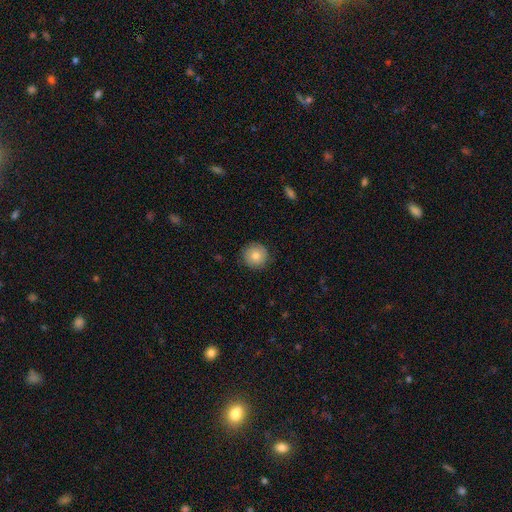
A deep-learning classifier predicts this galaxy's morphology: This is likely a smooth galaxy (80%). How rounded: clearly round (94%). Merging: clearly none (87%).